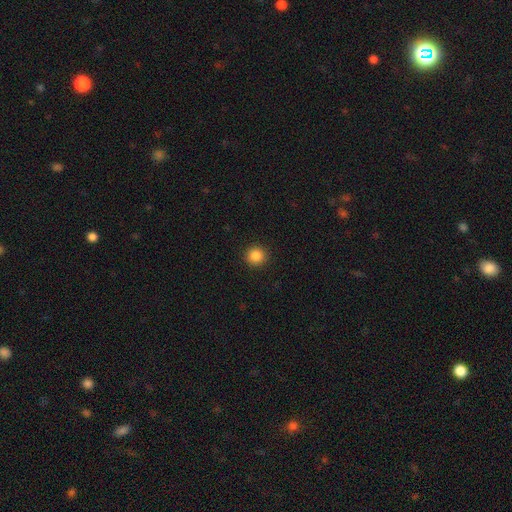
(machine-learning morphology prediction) Smooth or featured? smooth (86%)
How rounded? round (93%)
Merging? none (93%)